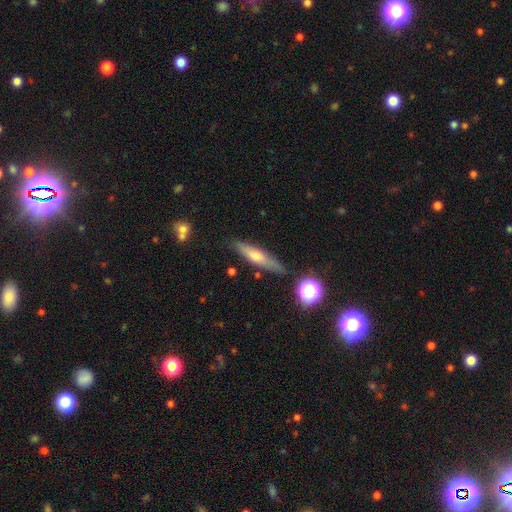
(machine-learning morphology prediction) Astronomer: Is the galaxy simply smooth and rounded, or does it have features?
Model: smooth — 50% (runner-up: featured or disk, 41%).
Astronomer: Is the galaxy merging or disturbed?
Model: none — 81%.